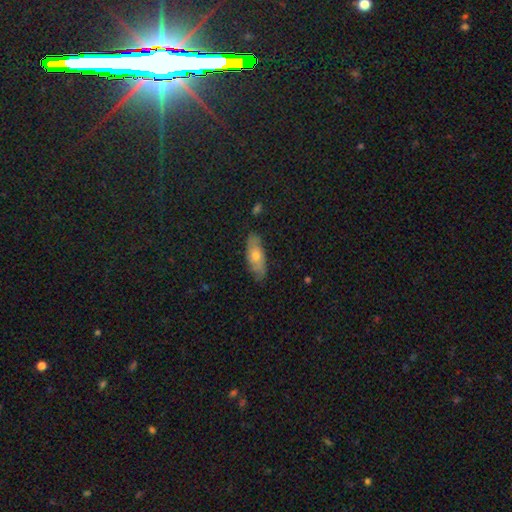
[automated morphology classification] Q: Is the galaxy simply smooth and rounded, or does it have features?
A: smooth — 53%.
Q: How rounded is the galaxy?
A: in between — 69%.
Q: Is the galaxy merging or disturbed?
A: none — 76%.